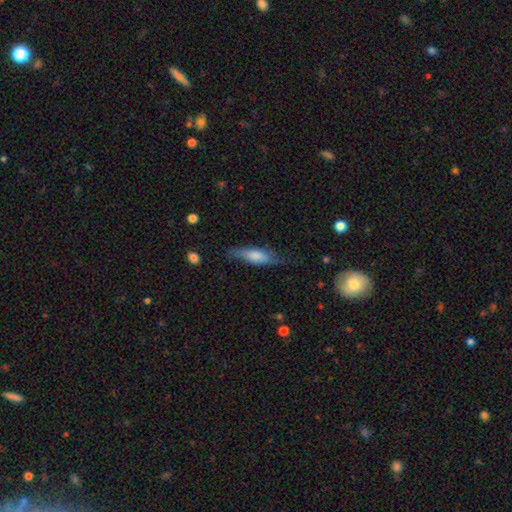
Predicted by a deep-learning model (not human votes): The model was most divided on "how rounded": cigar-shaped: 52%, in between: 46%, round: 2%. More confident: smooth or featured — smooth (67%); merging — none (64%).